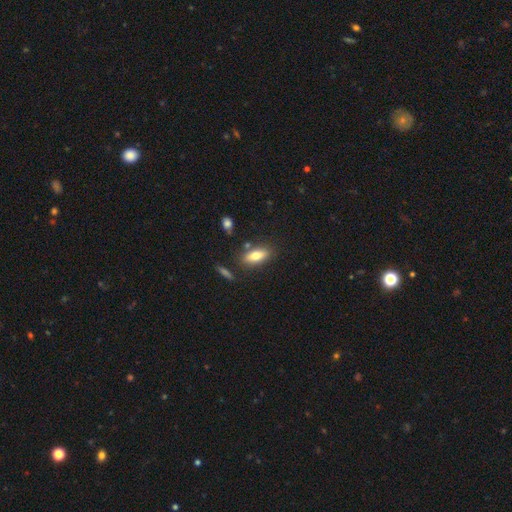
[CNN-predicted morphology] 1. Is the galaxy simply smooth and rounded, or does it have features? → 76% smooth, 17% featured or disk, 7% star or artifact.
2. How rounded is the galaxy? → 80% in between, 17% cigar-shaped, 3% round.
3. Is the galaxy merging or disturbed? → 79% none, 12% minor disturbance, 6% merger, 3% major disturbance.